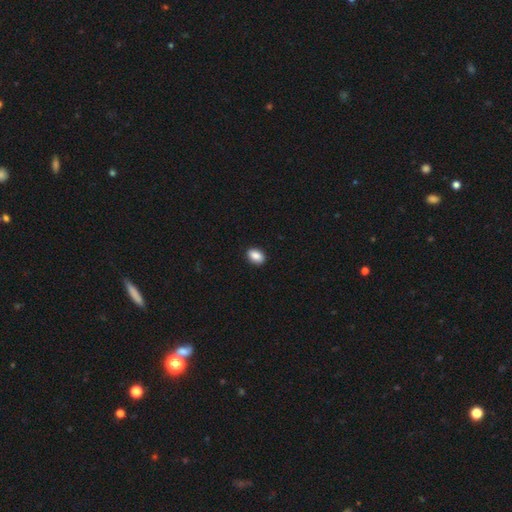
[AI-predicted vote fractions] Smooth or featured?
  - smooth: 88% *
  - star or artifact: 8%
  - featured or disk: 4%
How rounded?
  - in between: 82% *
  - round: 17%
  - cigar-shaped: 1%
Merging?
  - none: 91% *
  - minor disturbance: 7%
  - major disturbance: 2%
  - merger: 1%